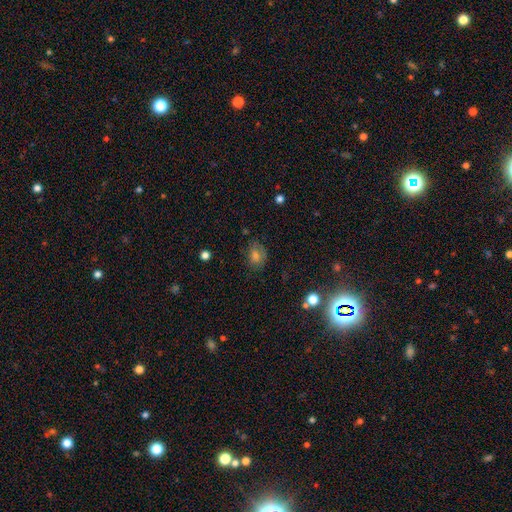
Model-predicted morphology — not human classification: Overall: smooth (53%; star or artifact 26%). How rounded: in between (60%; round 38%). Merging: none (69%).